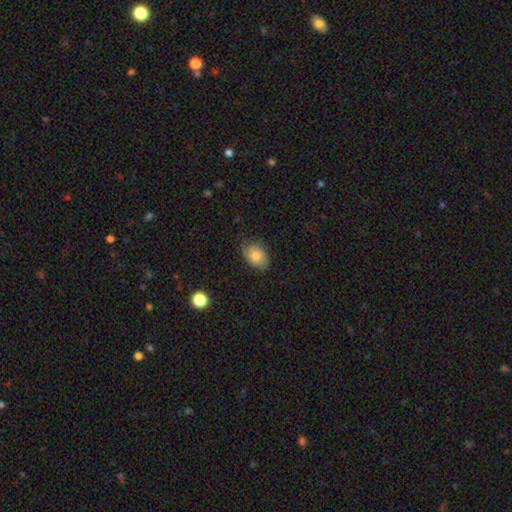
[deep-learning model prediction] Smooth or featured? Predicted: smooth (p=0.74). How rounded? Predicted: in between (p=0.76). Merging? Predicted: none (p=0.74).